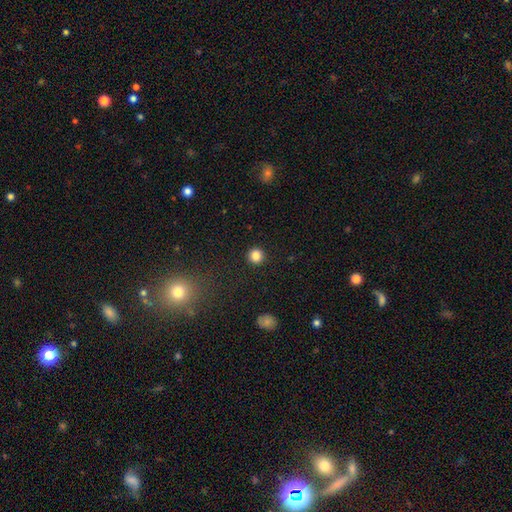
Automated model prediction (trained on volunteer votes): This is clearly a smooth galaxy (85%). How rounded: clearly round (95%). Merging: clearly none (92%).